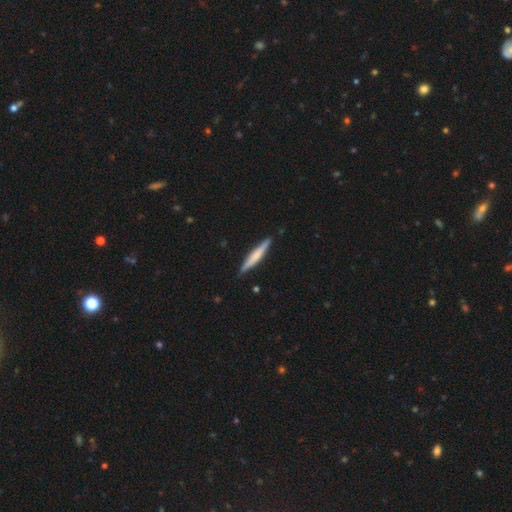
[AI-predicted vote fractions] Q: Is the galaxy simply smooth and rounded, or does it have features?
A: smooth — 51%.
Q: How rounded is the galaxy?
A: cigar-shaped — 94%.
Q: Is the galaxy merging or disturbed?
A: none — 89%.